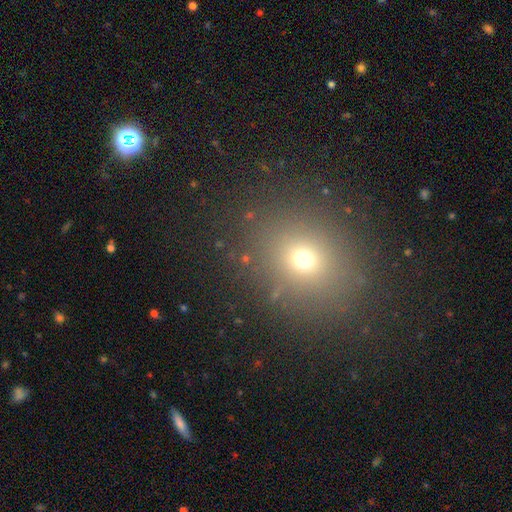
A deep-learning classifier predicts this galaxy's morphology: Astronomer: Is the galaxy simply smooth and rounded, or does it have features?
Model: smooth — 63%.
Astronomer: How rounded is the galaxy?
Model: round — 72%.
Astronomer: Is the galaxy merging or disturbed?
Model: none — 87%.